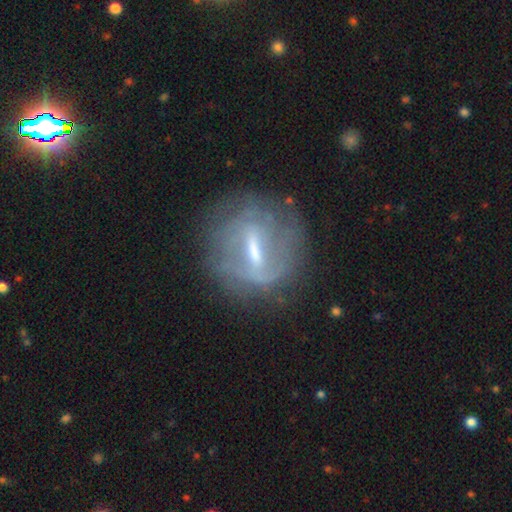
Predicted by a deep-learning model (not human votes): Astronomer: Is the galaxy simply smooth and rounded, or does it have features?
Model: featured or disk — 76%.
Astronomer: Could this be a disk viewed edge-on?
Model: no — 89%.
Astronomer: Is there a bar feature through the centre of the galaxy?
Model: strong — 59%.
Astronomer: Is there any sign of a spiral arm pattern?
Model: yes — 65%.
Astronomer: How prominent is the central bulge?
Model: moderate — 44% (runner-up: small, 38%).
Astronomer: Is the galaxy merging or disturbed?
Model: none — 69%.